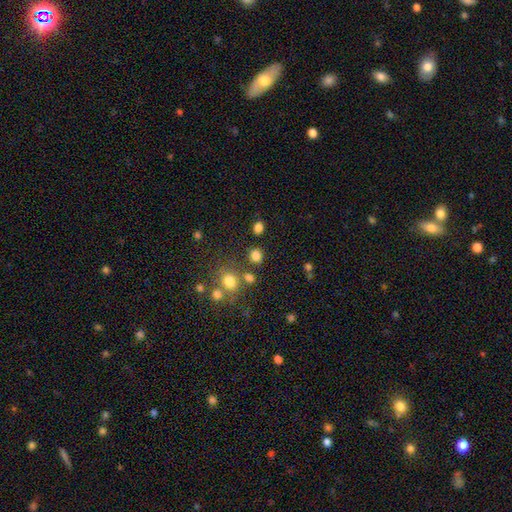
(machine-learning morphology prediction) Smooth or featured? Predicted: smooth (p=0.80). How rounded? Predicted: round (p=0.72). Merging? Predicted: none (p=0.76).